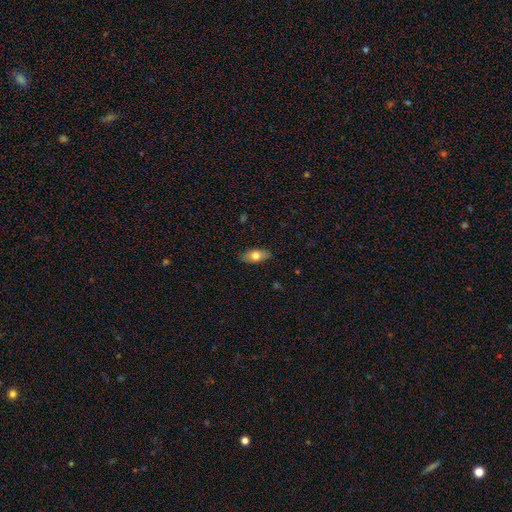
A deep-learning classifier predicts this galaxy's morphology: type=smooth (73%); roundness=in between (85%); merging=none (86%).